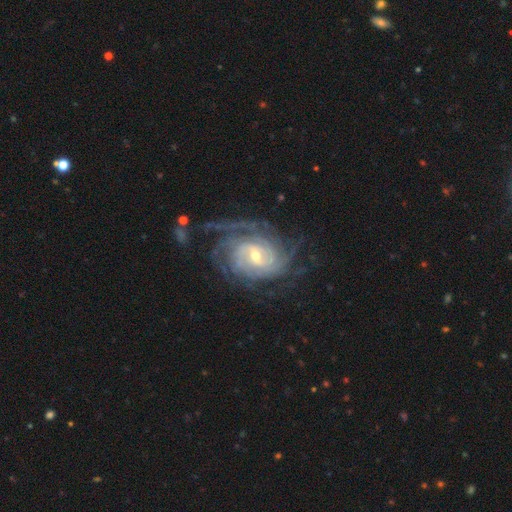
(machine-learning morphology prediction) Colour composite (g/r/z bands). It shows a featured or disk galaxy (90%) with a weak bar (51%), tight (69%) spiral arms (98%) and a small central bulge (52%). Merging: none (68%).